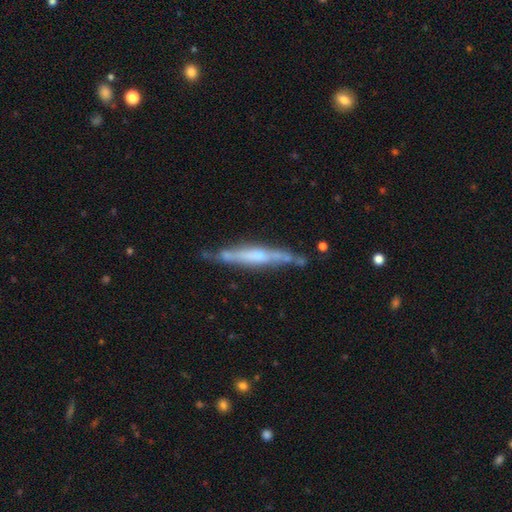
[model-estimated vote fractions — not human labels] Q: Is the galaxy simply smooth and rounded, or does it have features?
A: featured or disk — 68%.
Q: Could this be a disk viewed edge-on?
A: yes — 88%.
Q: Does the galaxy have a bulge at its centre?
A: rounded — 52%.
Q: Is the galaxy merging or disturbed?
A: none — 69%.